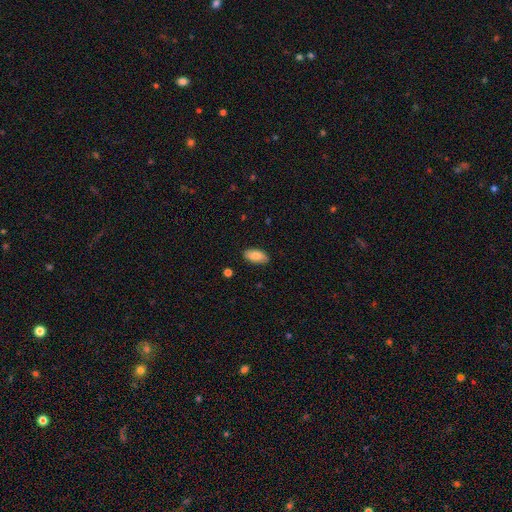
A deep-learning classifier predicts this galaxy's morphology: smooth_or_featured: smooth (p=0.83) [alt: featured or disk p=0.10]
how_rounded: in between (p=0.93) [alt: cigar-shaped p=0.05]
merging: none (p=0.87) [alt: minor disturbance p=0.10]